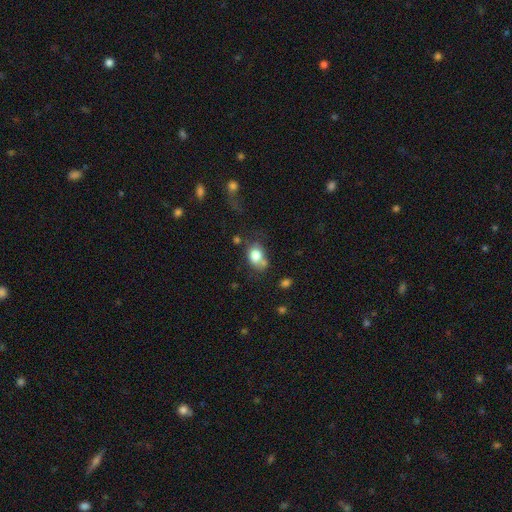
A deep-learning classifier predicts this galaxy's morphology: smooth_or_featured: smooth (p=0.78) [alt: featured or disk p=0.13]
how_rounded: in between (p=0.64) [alt: round p=0.35]
merging: none (p=0.45) [alt: minor disturbance p=0.23]